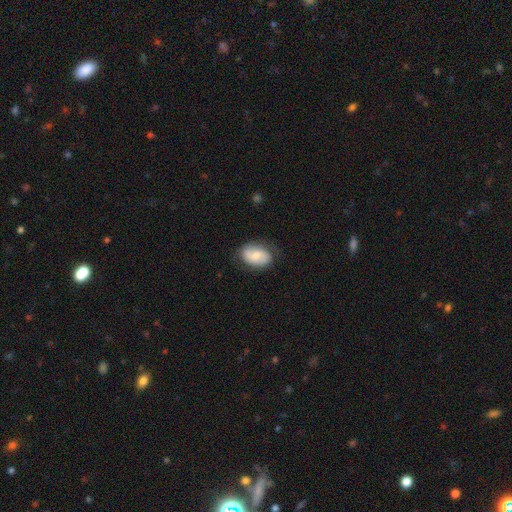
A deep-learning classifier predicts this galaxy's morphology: smooth 57%, featured or disk 36%, star or artifact 7%. Down the decision tree: how rounded — in between (85%); merging — none (69%).